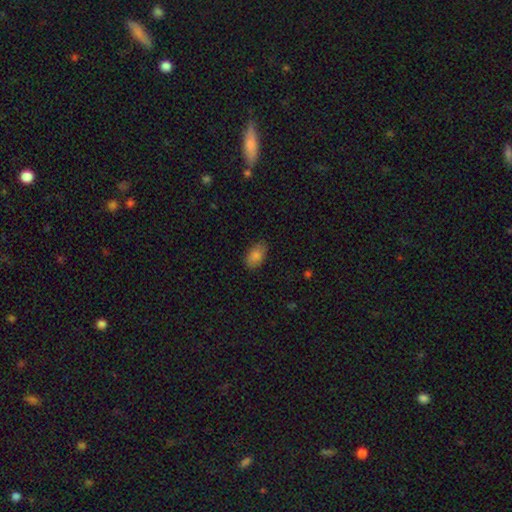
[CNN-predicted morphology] The model was most divided on "merging": none: 83%, minor disturbance: 13%, major disturbance: 3%, merger: 1%. More confident: how rounded — in between (91%); smooth or featured — smooth (84%).